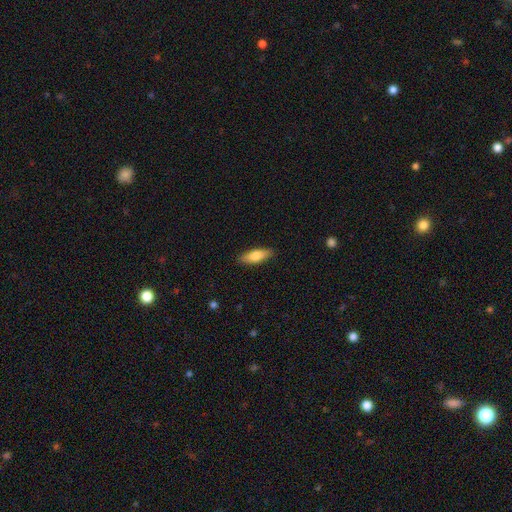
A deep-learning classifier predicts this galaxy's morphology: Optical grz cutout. It shows a smooth galaxy with no disk features (75%) that is in between round and cigar-shaped (62%). Merging: none (88%).